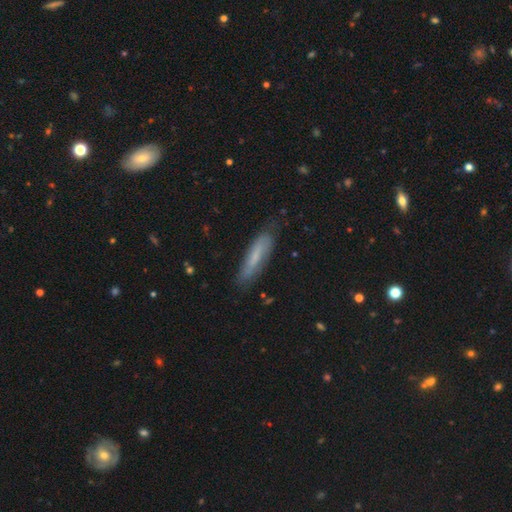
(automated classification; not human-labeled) Smooth or featured: smooth — 59% (featured or disk — 34%)
How rounded: cigar-shaped — 74% (in between — 24%)
Merging: none — 75% (minor disturbance — 19%)